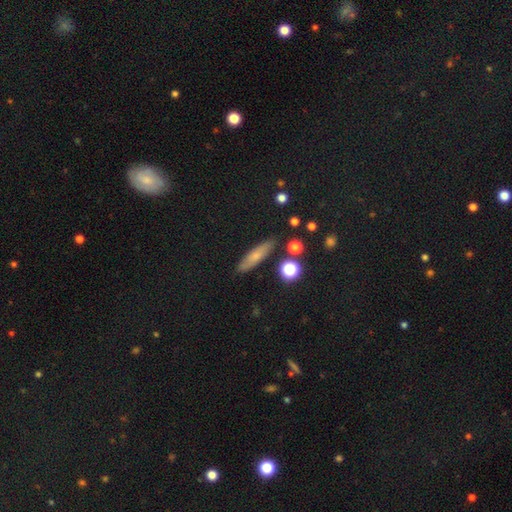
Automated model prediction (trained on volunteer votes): Smooth or featured?
  - smooth: 67% *
  - featured or disk: 22%
  - star or artifact: 11%
How rounded?
  - cigar-shaped: 72% *
  - in between: 24%
  - round: 5%
Merging?
  - none: 85% *
  - minor disturbance: 10%
  - merger: 3%
  - major disturbance: 2%